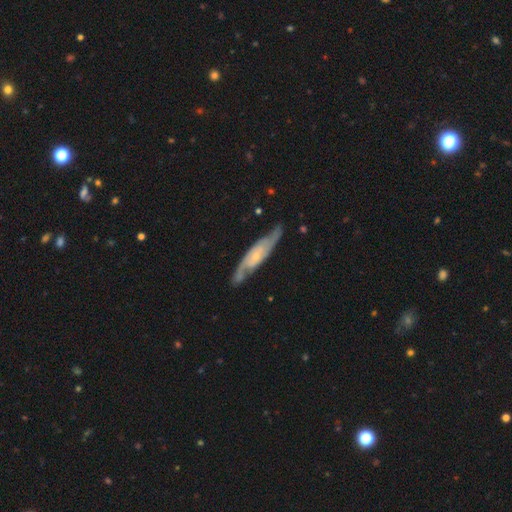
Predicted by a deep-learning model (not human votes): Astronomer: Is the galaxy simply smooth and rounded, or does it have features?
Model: featured or disk — 80%.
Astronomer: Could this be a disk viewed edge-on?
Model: no — 75%.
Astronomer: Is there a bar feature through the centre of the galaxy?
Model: no — 62%.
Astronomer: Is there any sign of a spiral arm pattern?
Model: yes — 94%.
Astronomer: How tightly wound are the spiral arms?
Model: medium — 47% (runner-up: tight, 32%).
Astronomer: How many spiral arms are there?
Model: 2 — 83%.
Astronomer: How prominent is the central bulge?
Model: small — 69%.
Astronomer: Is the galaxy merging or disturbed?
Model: none — 74%.